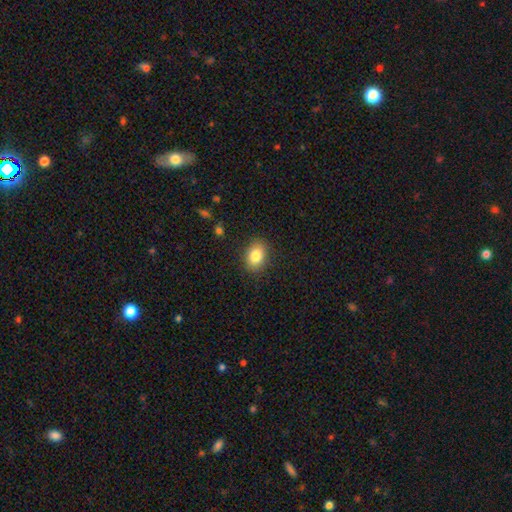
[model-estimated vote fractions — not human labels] smooth 84%, star or artifact 8%, featured or disk 8%. Down the decision tree: how rounded — in between (76%); merging — none (86%).